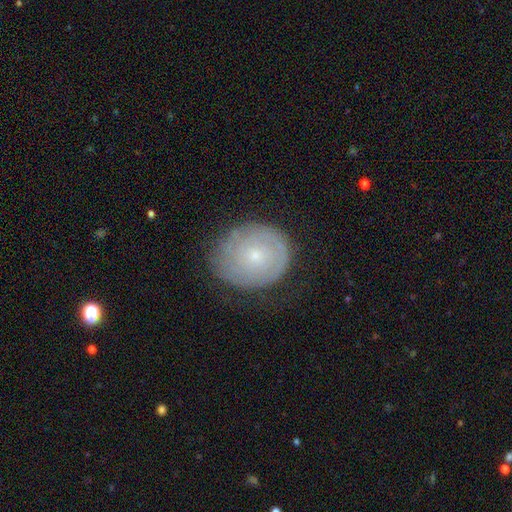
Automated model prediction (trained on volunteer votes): The model was most divided on "smooth or featured": featured or disk: 63%, smooth: 30%, star or artifact: 8%. More confident: edge-on disk — no (97%); bar — no (86%); bulge size — small (84%); spiral arms — yes (81%); merging — none (75%).